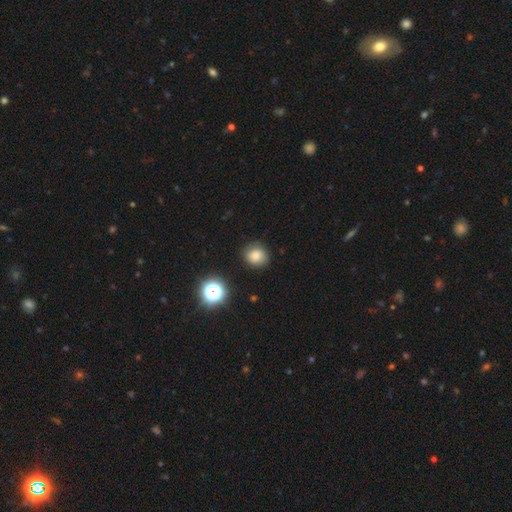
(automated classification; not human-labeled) The model was most divided on "how rounded": round: 76%, in between: 24%, cigar-shaped: 1%. More confident: merging — none (81%); smooth or featured — smooth (79%).